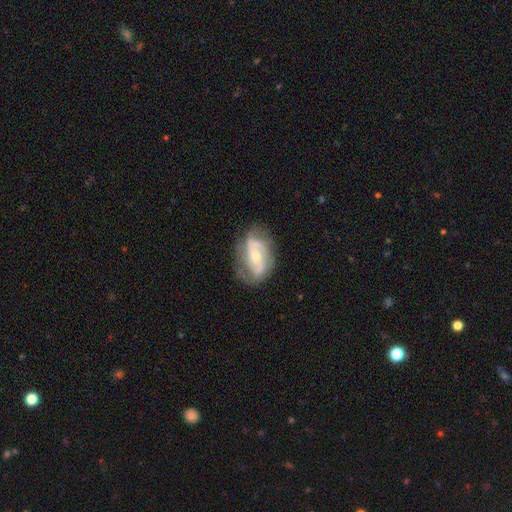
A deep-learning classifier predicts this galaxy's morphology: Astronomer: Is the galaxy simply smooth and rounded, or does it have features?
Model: featured or disk — 80%.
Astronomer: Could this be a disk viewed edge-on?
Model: no — 96%.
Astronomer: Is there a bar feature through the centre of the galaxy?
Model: no — 42% (runner-up: weak, 40%).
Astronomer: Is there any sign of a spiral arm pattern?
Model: yes — 91%.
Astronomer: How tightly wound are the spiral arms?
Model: medium — 45% (runner-up: loose, 29%).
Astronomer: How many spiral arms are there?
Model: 2 — 64%.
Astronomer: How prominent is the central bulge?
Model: small — 48% (runner-up: moderate, 47%).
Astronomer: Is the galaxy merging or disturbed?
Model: none — 65%.